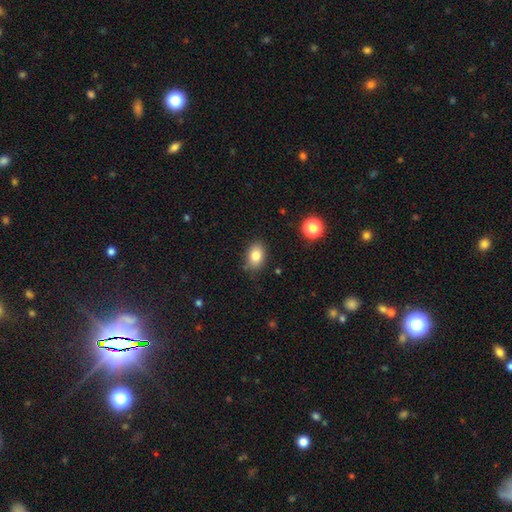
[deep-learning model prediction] Q: Smooth or featured?
A: smooth (83%); runner-up: star or artifact (9%)
Q: How rounded?
A: in between (80%); runner-up: round (19%)
Q: Merging?
A: none (83%); runner-up: minor disturbance (13%)